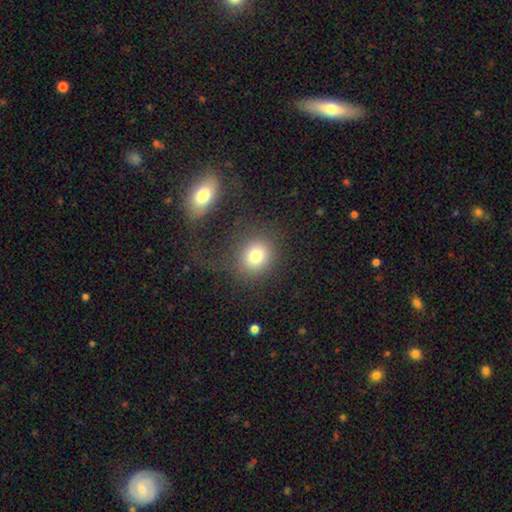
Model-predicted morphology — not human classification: The model was most divided on "merging": none: 62%, major disturbance: 19%, minor disturbance: 13%, merger: 6%. More confident: how rounded — round (78%); smooth or featured — smooth (76%).